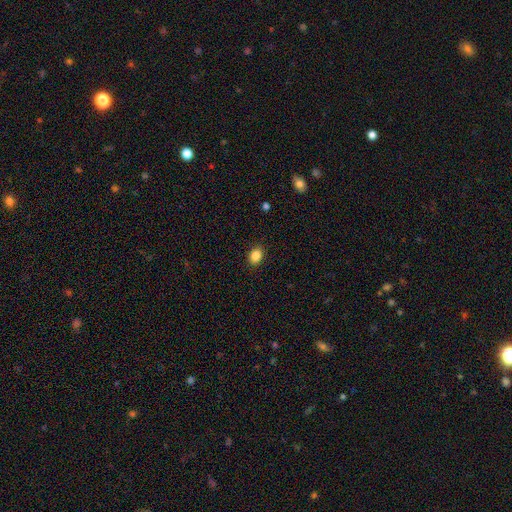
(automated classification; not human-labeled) A smooth galaxy with no disk features (87%) that is in between round and cigar-shaped (67%).

Vote fractions:
- Smooth or featured? smooth: 87% / star or artifact: 10% / featured or disk: 4%
- How rounded? in between: 67% / round: 32% / cigar-shaped: 1%
- Merging? none: 88% / minor disturbance: 8% / major disturbance: 2% / merger: 1%